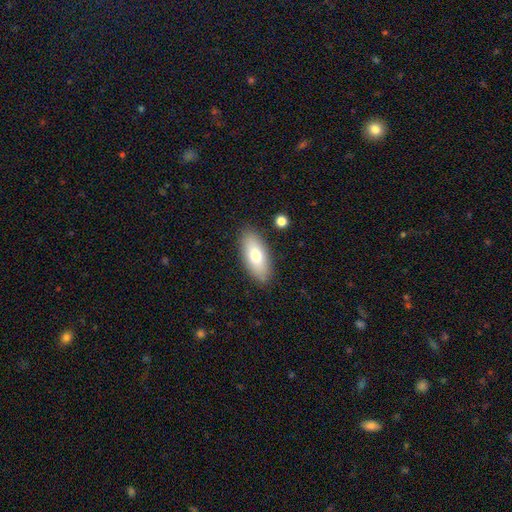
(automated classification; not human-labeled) A smooth galaxy with no disk features (73%) that is in between round and cigar-shaped (82%).

Vote fractions:
- Smooth or featured? smooth: 73% / featured or disk: 20% / star or artifact: 7%
- How rounded? in between: 82% / cigar-shaped: 15% / round: 3%
- Merging? none: 86% / minor disturbance: 10% / major disturbance: 2% / merger: 2%